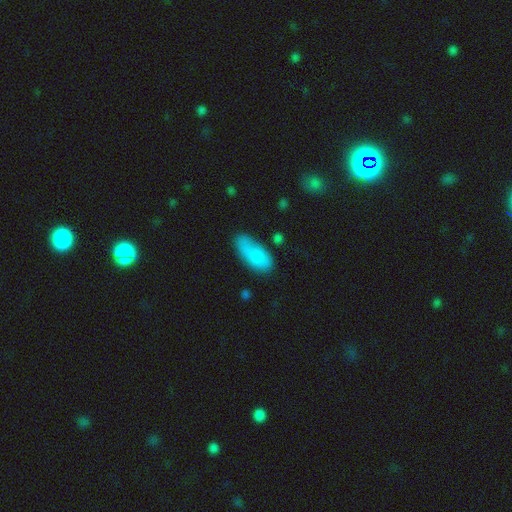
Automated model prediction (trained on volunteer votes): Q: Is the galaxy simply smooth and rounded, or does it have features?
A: smooth — 80%.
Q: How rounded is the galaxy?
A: in between — 87%.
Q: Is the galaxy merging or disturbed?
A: none — 54%.